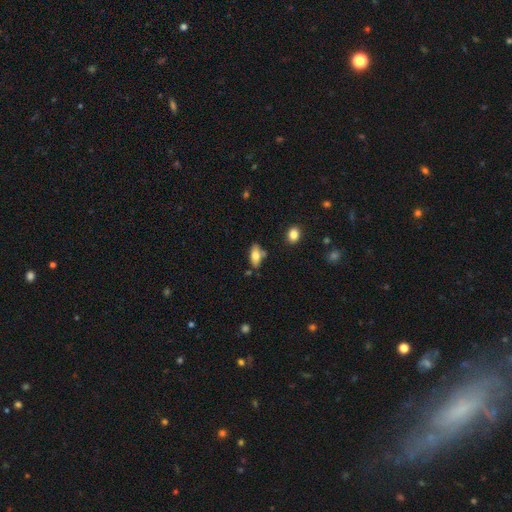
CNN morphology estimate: Smooth or featured? smooth (74%)
How rounded? in between (85%)
Merging? none (71%)